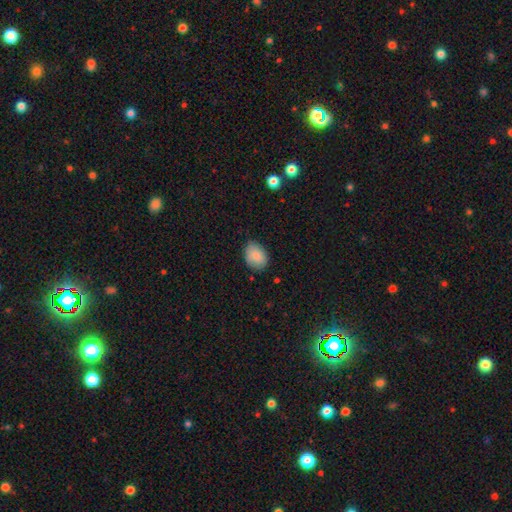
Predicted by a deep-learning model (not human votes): A smooth galaxy with no disk features (86%) that is in between round and cigar-shaped (74%). Merging: none (77%).